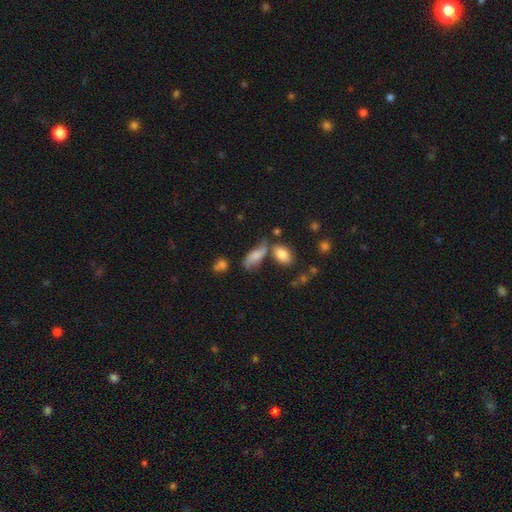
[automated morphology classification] The model was most divided on "merging": none: 44%, minor disturbance: 24%, merger: 20%, major disturbance: 12%. More confident: how rounded — in between (74%); smooth or featured — smooth (60%).